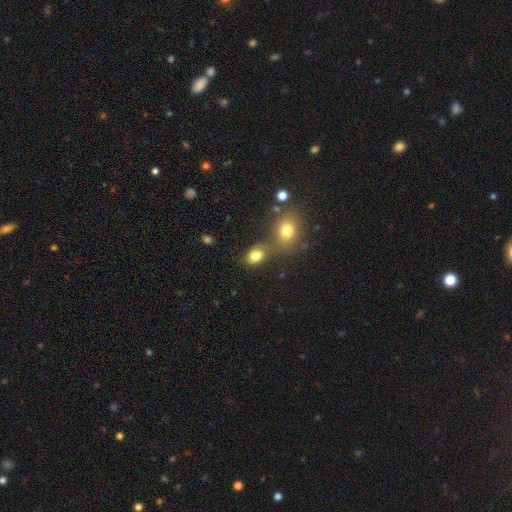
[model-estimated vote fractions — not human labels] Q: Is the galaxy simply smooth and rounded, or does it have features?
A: smooth — 80%.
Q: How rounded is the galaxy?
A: in between — 62%.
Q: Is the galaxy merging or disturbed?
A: none — 52%.